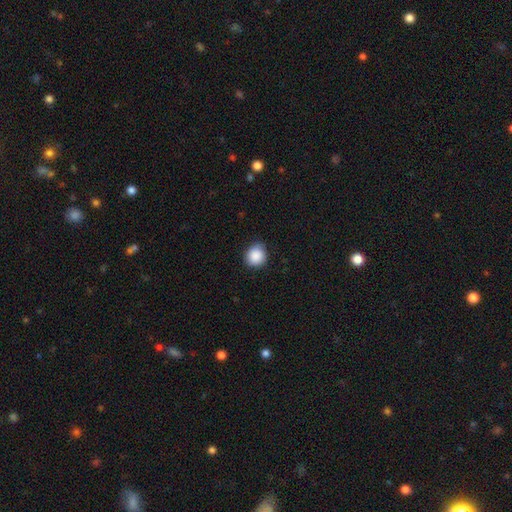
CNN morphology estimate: smooth_or_featured: smooth (p=0.89) [alt: star or artifact p=0.08]
how_rounded: round (p=0.84) [alt: in between p=0.15]
merging: none (p=0.82) [alt: minor disturbance p=0.14]